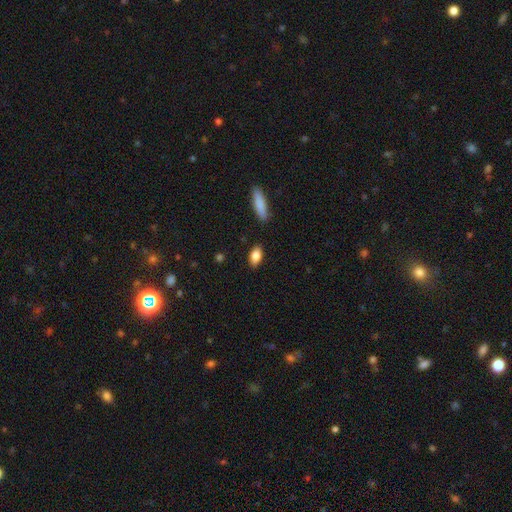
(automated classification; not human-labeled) smooth 84%, featured or disk 9%, star or artifact 7%. Down the decision tree: how rounded — in between (88%); merging — none (87%).